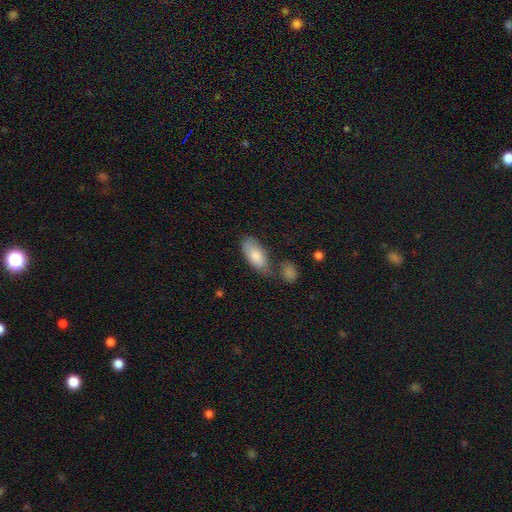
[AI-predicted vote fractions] smooth 82%, featured or disk 12%, star or artifact 6%. Down the decision tree: how rounded — in between (89%); merging — none (51%).